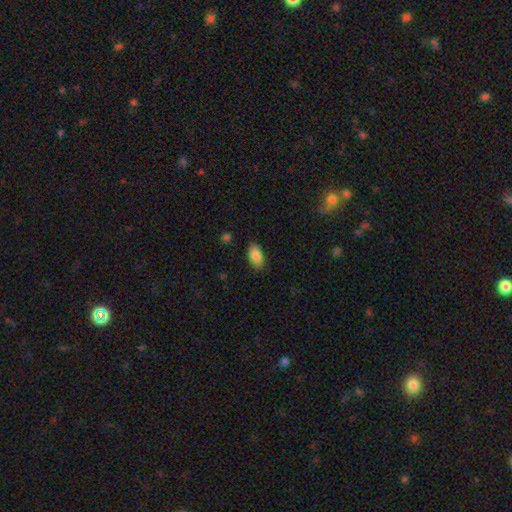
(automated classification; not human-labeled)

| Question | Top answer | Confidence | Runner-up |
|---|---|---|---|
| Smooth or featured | smooth | 86% | star or artifact (7%) |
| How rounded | in between | 93% | round (4%) |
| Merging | none | 84% | minor disturbance (13%) |